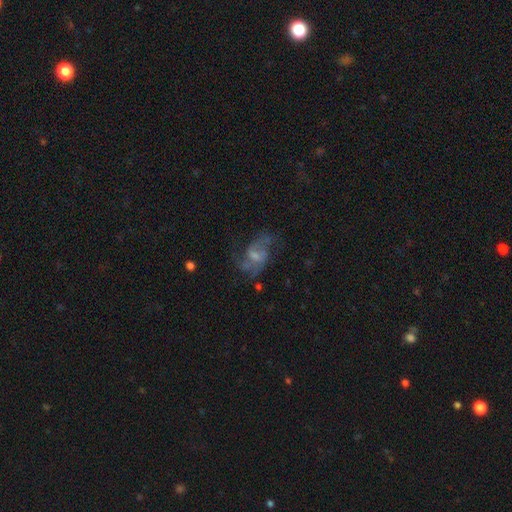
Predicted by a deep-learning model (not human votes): Q: Smooth or featured?
A: featured or disk (67%); runner-up: smooth (23%)
Q: Edge-on disk?
A: no (97%); runner-up: yes (3%)
Q: Bar?
A: weak (51%); runner-up: no (38%)
Q: Spiral arms?
A: yes (78%); runner-up: no (22%)
Q: Spiral winding?
A: loose (48%); runner-up: medium (41%)
Q: Spiral arm count?
A: 2 (64%); runner-up: can't tell (18%)
Q: Bulge size?
A: small (43%); runner-up: moderate (31%)
Q: Merging?
A: none (47%); runner-up: major disturbance (28%)